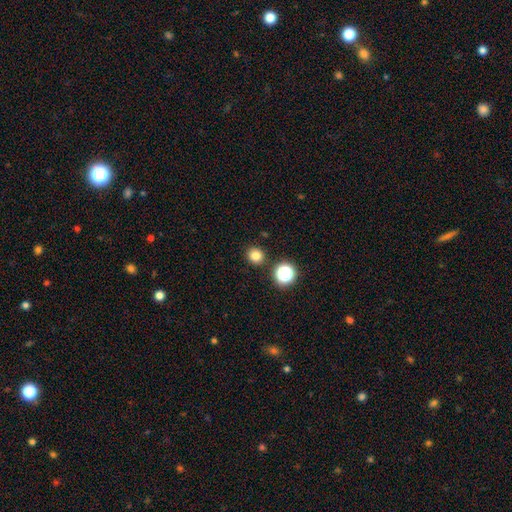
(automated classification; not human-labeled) smooth 79%, star or artifact 15%, featured or disk 5%. Down the decision tree: how rounded — round (86%); merging — none (88%).